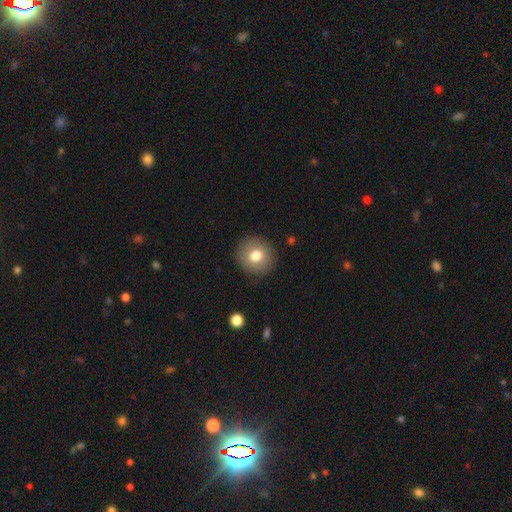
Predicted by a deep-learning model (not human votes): Q: Smooth or featured?
A: smooth (77%); runner-up: featured or disk (14%)
Q: How rounded?
A: round (90%); runner-up: in between (9%)
Q: Merging?
A: none (90%); runner-up: minor disturbance (7%)